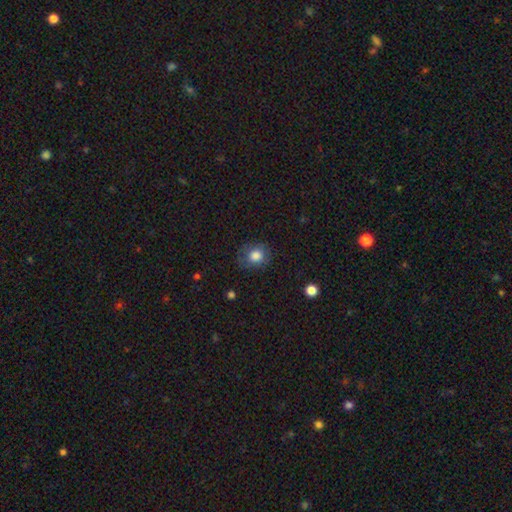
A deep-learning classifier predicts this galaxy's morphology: This is likely a smooth galaxy (80%). How rounded: likely round (67%). Merging: likely none (72%).